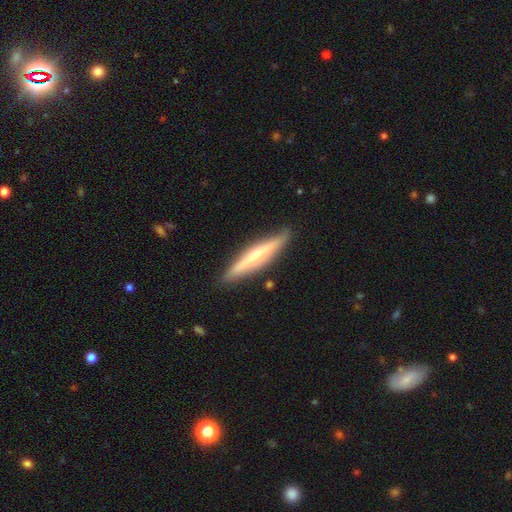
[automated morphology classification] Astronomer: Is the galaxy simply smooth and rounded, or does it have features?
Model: featured or disk — 52% (runner-up: smooth, 41%).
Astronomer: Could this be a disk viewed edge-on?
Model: yes — 92%.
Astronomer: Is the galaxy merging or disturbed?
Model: none — 88%.